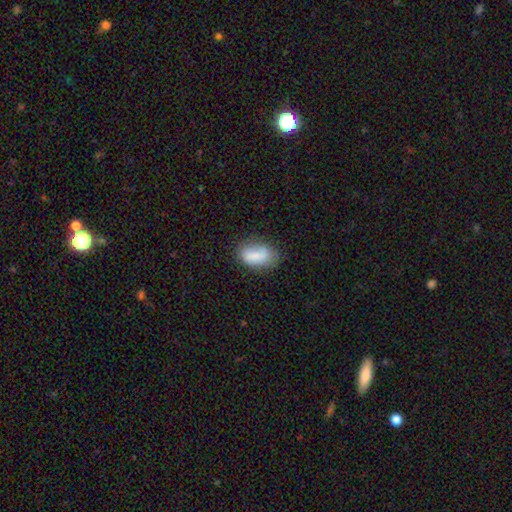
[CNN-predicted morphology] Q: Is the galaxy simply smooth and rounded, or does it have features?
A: smooth — 78%.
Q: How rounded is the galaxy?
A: in between — 90%.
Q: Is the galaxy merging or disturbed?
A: none — 67%.